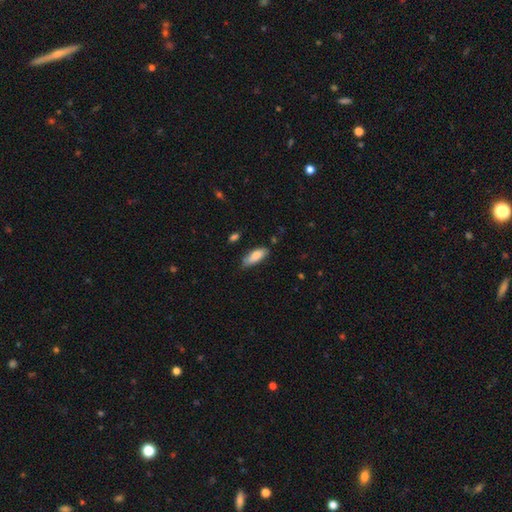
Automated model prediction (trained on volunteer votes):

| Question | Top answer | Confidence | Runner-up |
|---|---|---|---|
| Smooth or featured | smooth | 84% | featured or disk (10%) |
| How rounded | in between | 73% | cigar-shaped (25%) |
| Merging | none | 69% | minor disturbance (24%) |